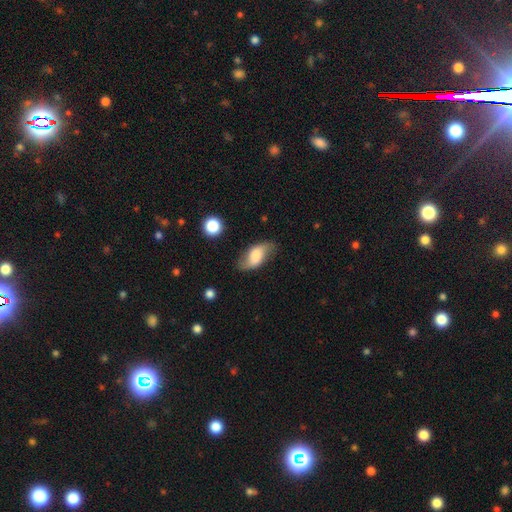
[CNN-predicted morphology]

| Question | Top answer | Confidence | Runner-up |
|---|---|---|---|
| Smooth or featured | smooth | 52% | featured or disk (40%) |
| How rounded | in between | 89% | cigar-shaped (6%) |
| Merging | none | 68% | minor disturbance (22%) |